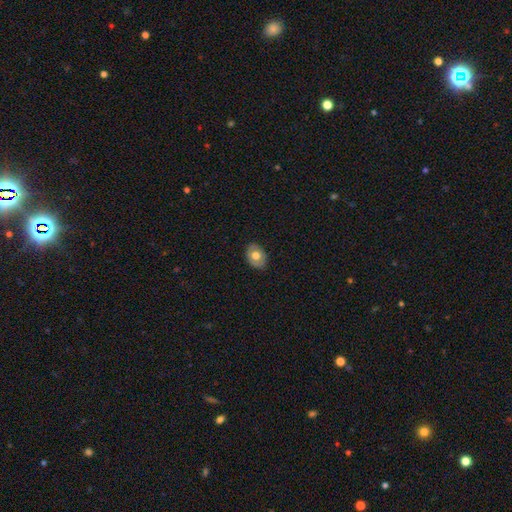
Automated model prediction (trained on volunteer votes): This is possibly a smooth galaxy (58%). How rounded: likely in between (66%). Merging: clearly none (84%).